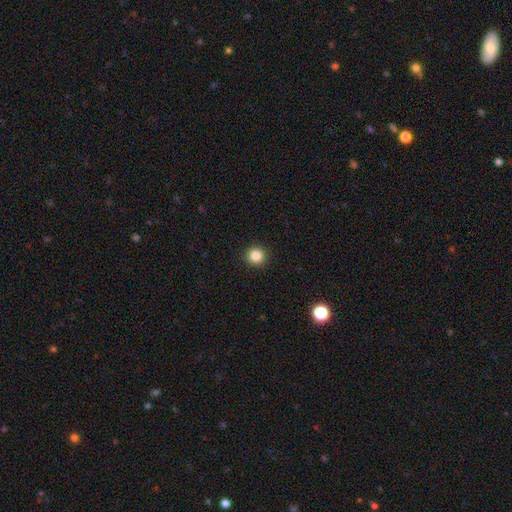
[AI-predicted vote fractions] The model was most divided on "smooth or featured": smooth: 85%, star or artifact: 11%, featured or disk: 4%. More confident: how rounded — round (95%); merging — none (93%).